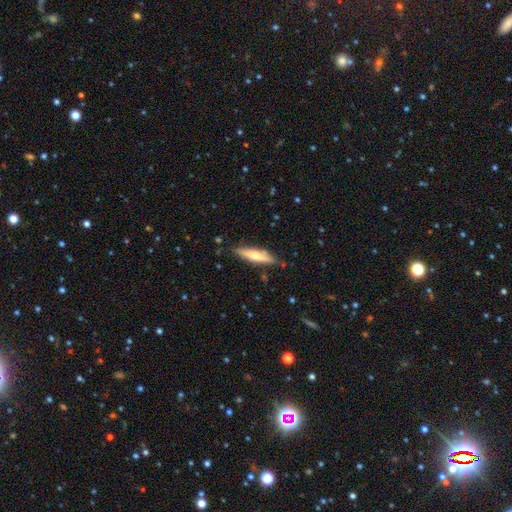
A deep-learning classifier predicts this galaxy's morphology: Smooth or featured?
  - smooth: 57% *
  - featured or disk: 38%
  - star or artifact: 6%
How rounded?
  - cigar-shaped: 79% *
  - in between: 19%
  - round: 2%
Merging?
  - none: 83% *
  - minor disturbance: 12%
  - major disturbance: 2%
  - merger: 2%